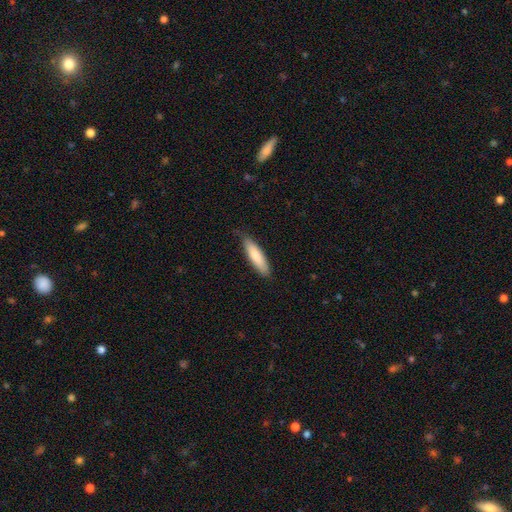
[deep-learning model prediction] Morphology: type=smooth (80%); roundness=cigar-shaped (71%); merging=none (77%).